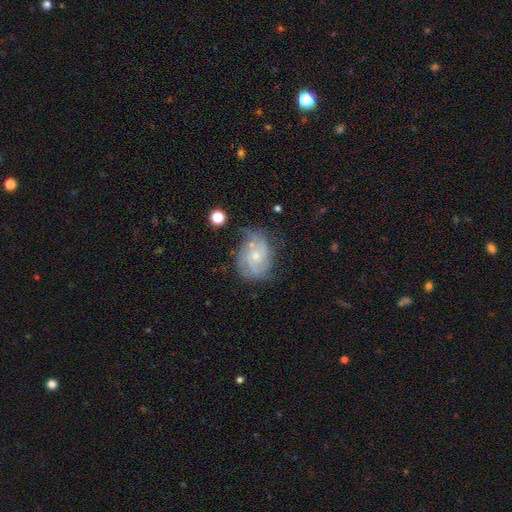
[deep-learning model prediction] Smooth or featured: featured or disk — 74% (smooth — 18%)
Edge-on disk: no — 98% (yes — 2%)
Bar: no — 73% (weak — 24%)
Spiral arms: yes — 89% (no — 11%)
Spiral winding: tight — 49% (medium — 38%)
Spiral arm count: can't tell — 33% (2 — 26%)
Bulge size: small — 63% (moderate — 30%)
Merging: none — 55% (minor disturbance — 26%)